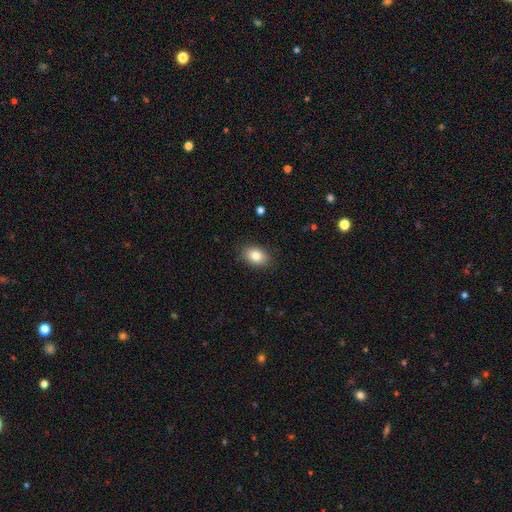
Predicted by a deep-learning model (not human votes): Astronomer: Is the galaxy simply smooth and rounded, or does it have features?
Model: smooth — 83%.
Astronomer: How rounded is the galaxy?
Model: in between — 80%.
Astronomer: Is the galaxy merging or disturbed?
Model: none — 87%.